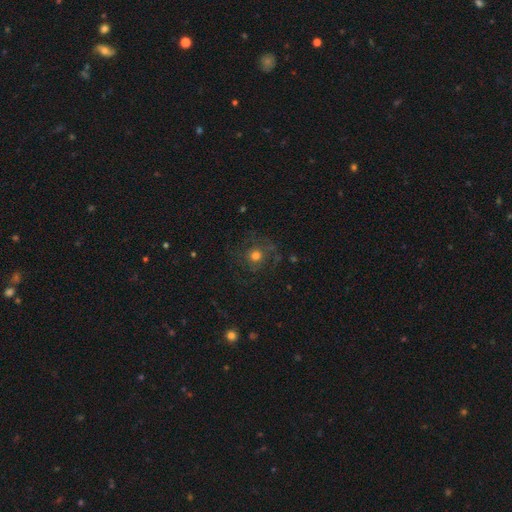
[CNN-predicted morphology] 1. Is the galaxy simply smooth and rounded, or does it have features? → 50% smooth, 33% featured or disk, 17% star or artifact.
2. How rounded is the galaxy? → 91% round, 8% in between, 1% cigar-shaped.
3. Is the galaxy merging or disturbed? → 69% none, 15% minor disturbance, 14% major disturbance, 2% merger.